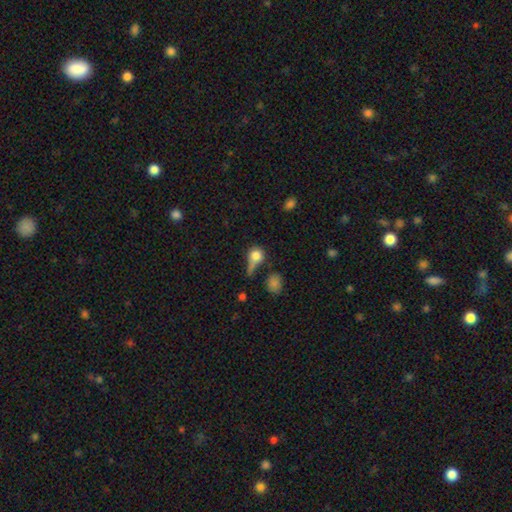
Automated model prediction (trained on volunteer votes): smooth_or_featured: smooth (p=0.77) [alt: featured or disk p=0.12]
how_rounded: round (p=0.76) [alt: in between p=0.20]
merging: none (p=0.40) [alt: minor disturbance p=0.21]